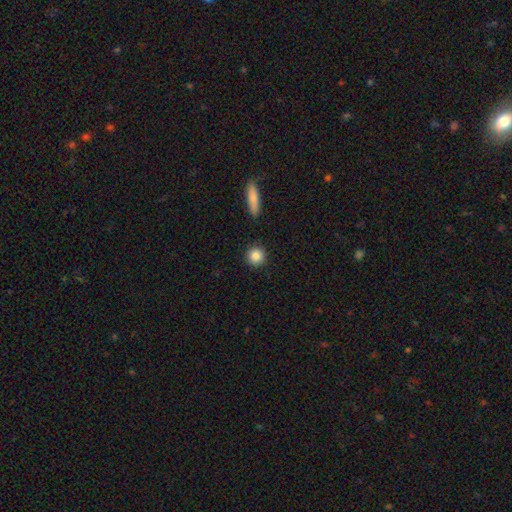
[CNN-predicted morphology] A smooth galaxy with no disk features (87%) that is round (93%).

Vote fractions:
- Smooth or featured? smooth: 87% / star or artifact: 8% / featured or disk: 5%
- How rounded? round: 93% / in between: 5% / cigar-shaped: 1%
- Merging? none: 90% / minor disturbance: 6% / merger: 2% / major disturbance: 2%